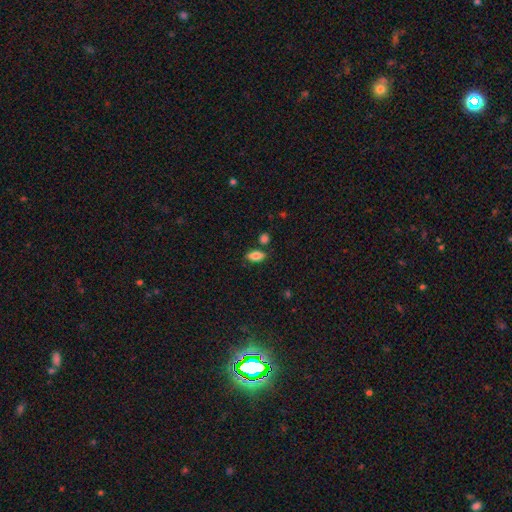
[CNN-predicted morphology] smooth_or_featured: smooth (p=0.84) [alt: featured or disk p=0.08]
how_rounded: in between (p=0.88) [alt: cigar-shaped p=0.08]
merging: none (p=0.79) [alt: minor disturbance p=0.12]